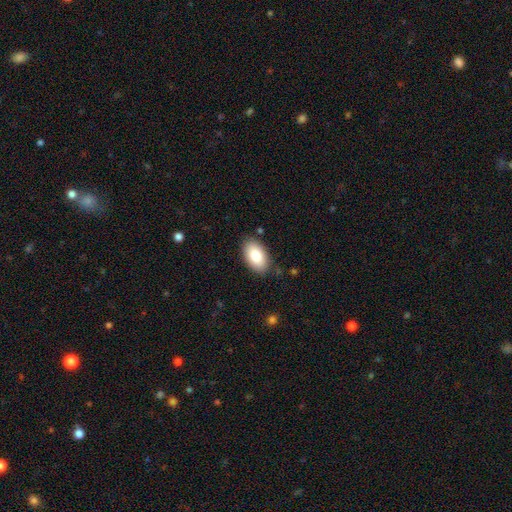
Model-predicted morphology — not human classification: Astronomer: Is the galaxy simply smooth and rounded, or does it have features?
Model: smooth — 84%.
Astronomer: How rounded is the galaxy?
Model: in between — 95%.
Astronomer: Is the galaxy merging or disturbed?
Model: none — 85%.